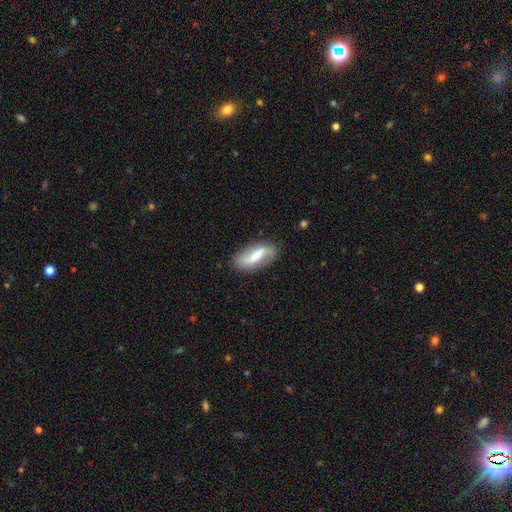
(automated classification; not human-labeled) Overall: featured or disk (55%; smooth 38%). Edge-on disk: no (91%). Bar: weak (42%; strong 40%). Spiral arms: yes (80%). Bulge size: moderate (42%; small 29%). Merging: none (79%).